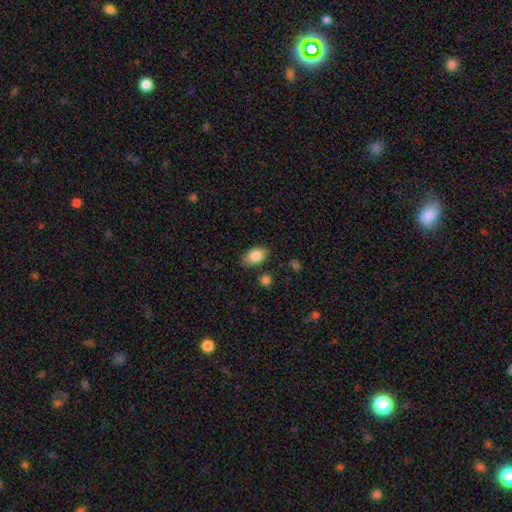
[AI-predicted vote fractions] This appears to be a smooth galaxy with no disk features (83%) that is in between round and cigar-shaped (88%). Merging: none (80%).